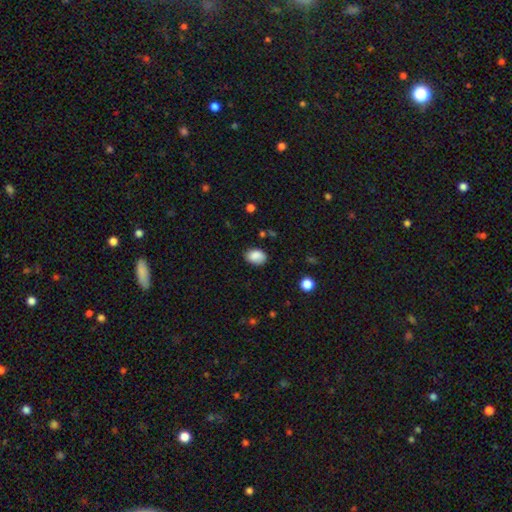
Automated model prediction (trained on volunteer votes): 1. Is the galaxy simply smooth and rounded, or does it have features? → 84% smooth, 8% star or artifact, 8% featured or disk.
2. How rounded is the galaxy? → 76% in between, 23% round, 1% cigar-shaped.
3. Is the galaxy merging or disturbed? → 73% none, 20% minor disturbance, 5% major disturbance, 2% merger.